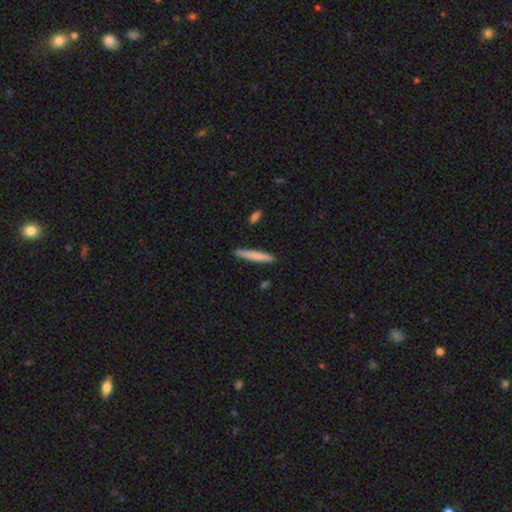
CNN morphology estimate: smooth-or-featured: smooth: 78% | featured or disk: 16% | star or artifact: 5%
  how-rounded: cigar-shaped: 95% | in between: 4% | round: 1%
  merging: none: 89% | minor disturbance: 7% | merger: 2% | major disturbance: 1%